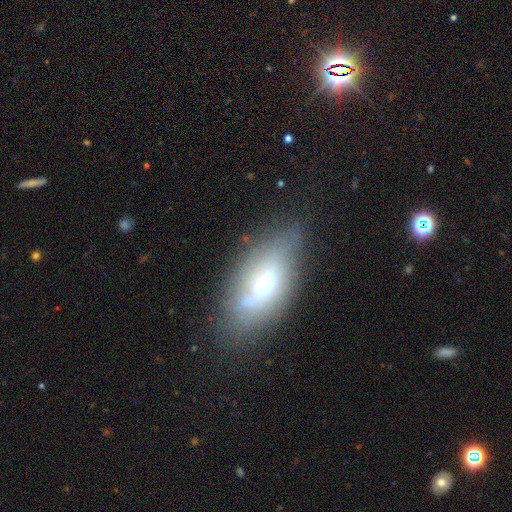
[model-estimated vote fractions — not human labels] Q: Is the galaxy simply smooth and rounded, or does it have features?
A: featured or disk — 44%.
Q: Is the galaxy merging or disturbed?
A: none — 77%.